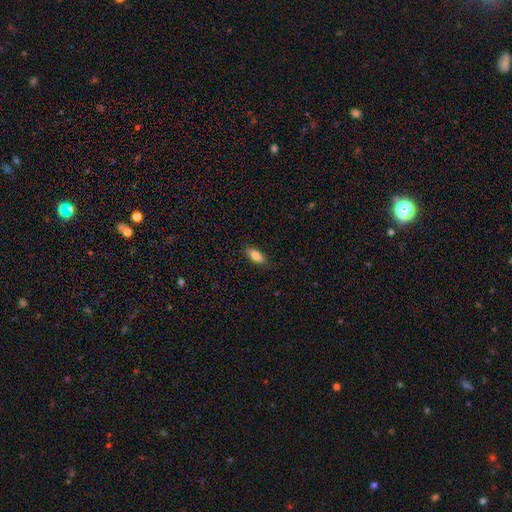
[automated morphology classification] type=smooth (80%); roundness=in between (77%); merging=none (86%).